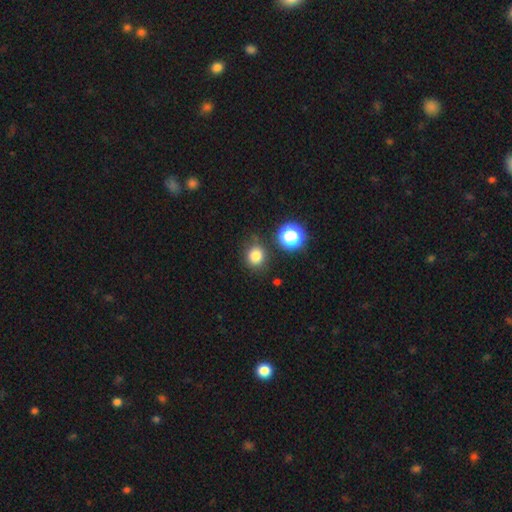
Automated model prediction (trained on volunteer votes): Smooth or featured? smooth (80%)
How rounded? round (81%)
Merging? none (80%)